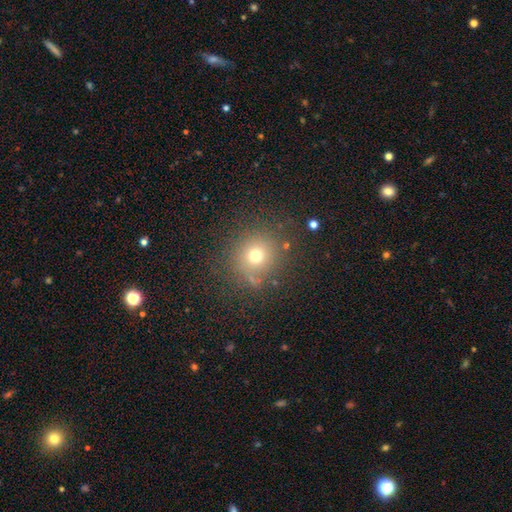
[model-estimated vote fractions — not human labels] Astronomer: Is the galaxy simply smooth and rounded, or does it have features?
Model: smooth — 69%.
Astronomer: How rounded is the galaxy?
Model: round — 89%.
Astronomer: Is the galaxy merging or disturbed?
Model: none — 80%.